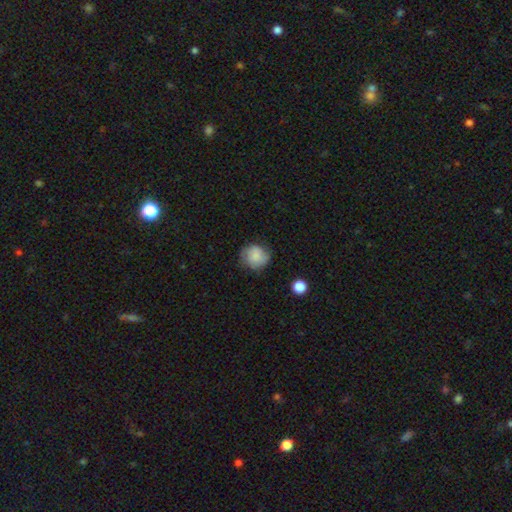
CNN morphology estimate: A smooth galaxy with no disk features (70%) that is round (85%).

Vote fractions:
- Smooth or featured? smooth: 70% / featured or disk: 21% / star or artifact: 9%
- How rounded? round: 85% / in between: 14% / cigar-shaped: 1%
- Merging? none: 69% / minor disturbance: 23% / major disturbance: 7% / merger: 1%